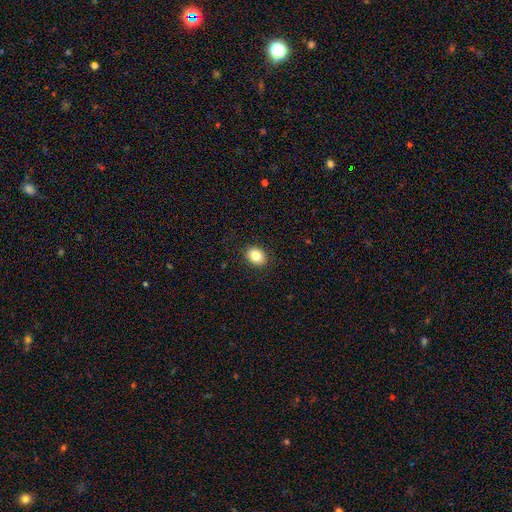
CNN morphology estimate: Overall: smooth (84%). How rounded: in between (57%; round 42%). Merging: none (90%).